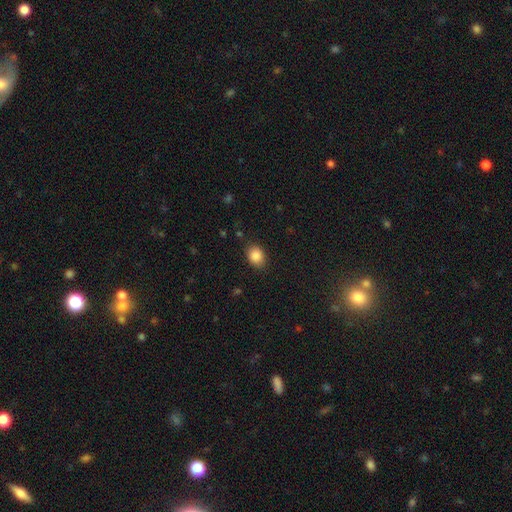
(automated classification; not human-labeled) A smooth galaxy with no disk features (87%) that is in between round and cigar-shaped (59%).

Vote fractions:
- Smooth or featured? smooth: 87% / star or artifact: 9% / featured or disk: 4%
- How rounded? in between: 59% / round: 40% / cigar-shaped: 1%
- Merging? none: 86% / minor disturbance: 11% / major disturbance: 3% / merger: 1%